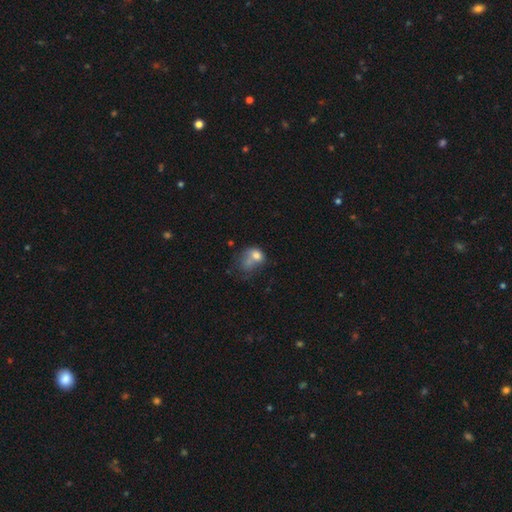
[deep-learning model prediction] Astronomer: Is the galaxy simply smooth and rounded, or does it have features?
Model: smooth — 69%.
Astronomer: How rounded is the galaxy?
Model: in between — 61% (runner-up: round, 38%).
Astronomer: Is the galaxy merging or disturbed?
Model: merger — 35% (runner-up: major disturbance, 28%).